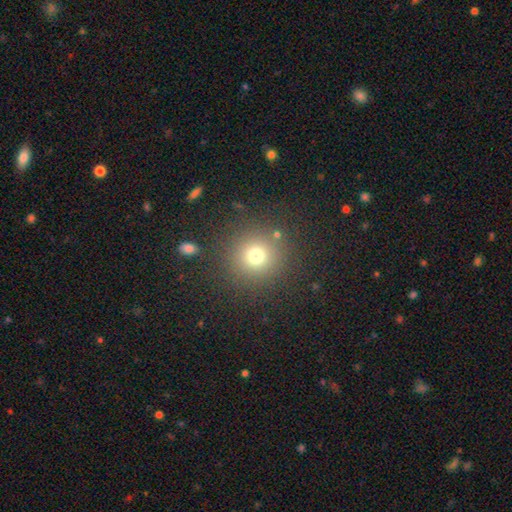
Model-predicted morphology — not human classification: This is likely a smooth galaxy (74%). How rounded: clearly round (93%). Merging: clearly none (86%).